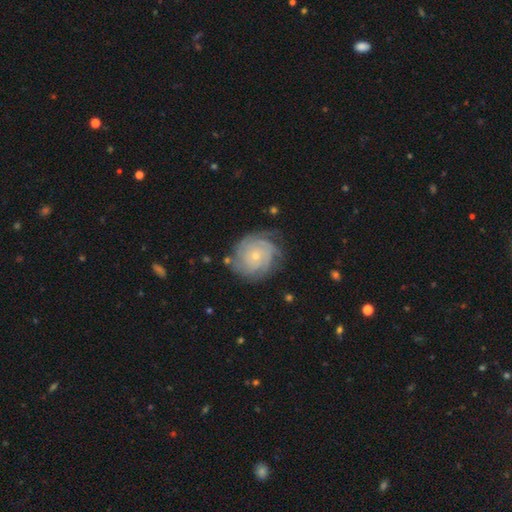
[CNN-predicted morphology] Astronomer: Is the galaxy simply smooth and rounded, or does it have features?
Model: featured or disk — 78%.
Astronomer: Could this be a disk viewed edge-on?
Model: no — 98%.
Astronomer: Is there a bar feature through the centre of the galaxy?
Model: no — 84%.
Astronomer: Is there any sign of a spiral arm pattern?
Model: yes — 94%.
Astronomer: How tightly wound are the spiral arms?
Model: tight — 75%.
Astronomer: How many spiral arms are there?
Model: can't tell — 36% (runner-up: 4, 19%).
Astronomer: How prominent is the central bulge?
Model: small — 77%.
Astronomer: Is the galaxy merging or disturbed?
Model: none — 70%.